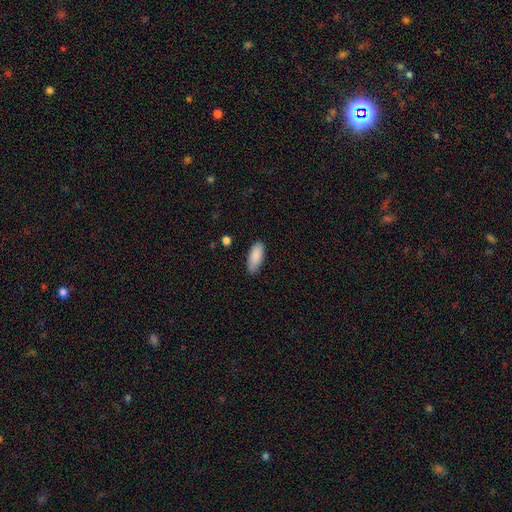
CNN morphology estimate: Smooth or featured? Predicted: smooth (p=0.89). How rounded? Predicted: in between (p=0.82). Merging? Predicted: none (p=0.82).